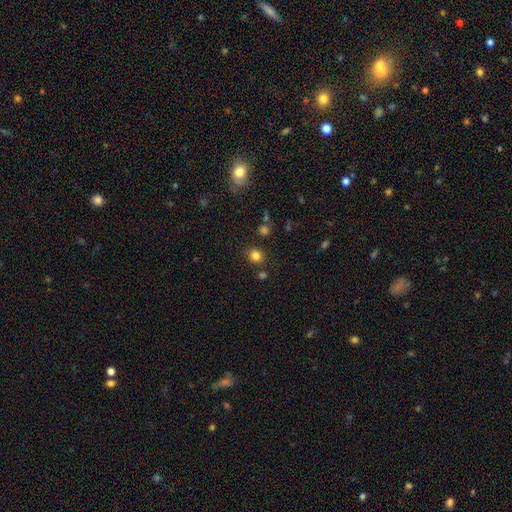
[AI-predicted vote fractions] Smooth or featured: smooth — 81% (star or artifact — 15%)
How rounded: round — 82% (in between — 17%)
Merging: none — 84% (minor disturbance — 8%)